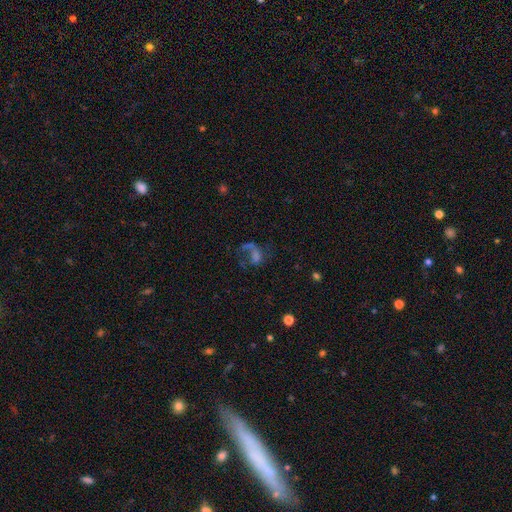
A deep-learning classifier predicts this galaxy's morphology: smooth-or-featured: featured or disk: 50% | smooth: 28% | star or artifact: 22%
  disk-edge-on: no: 97% | yes: 3%
  merging: major disturbance: 49% | none: 30% | minor disturbance: 13% | merger: 8%